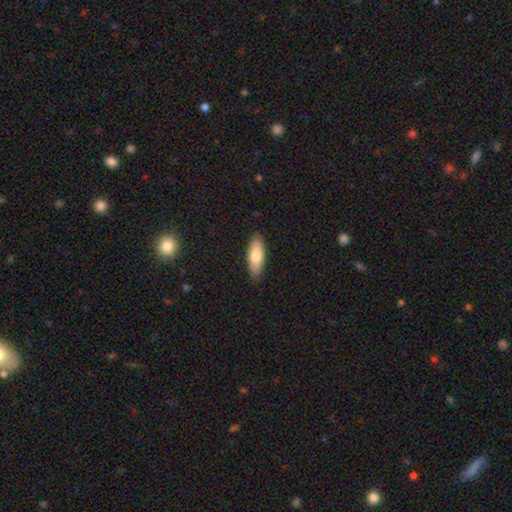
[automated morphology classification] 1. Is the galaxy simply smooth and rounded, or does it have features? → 77% smooth, 17% featured or disk, 6% star or artifact.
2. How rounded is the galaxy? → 64% in between, 34% cigar-shaped, 2% round.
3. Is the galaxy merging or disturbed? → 88% none, 9% minor disturbance, 2% major disturbance, 1% merger.